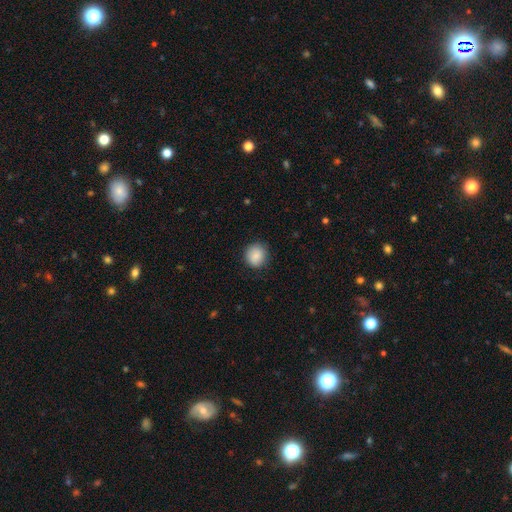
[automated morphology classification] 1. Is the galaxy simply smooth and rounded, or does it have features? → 88% smooth, 8% star or artifact, 4% featured or disk.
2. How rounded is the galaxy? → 84% round, 15% in between, 1% cigar-shaped.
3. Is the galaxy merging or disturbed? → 85% none, 11% minor disturbance, 3% major disturbance, 1% merger.